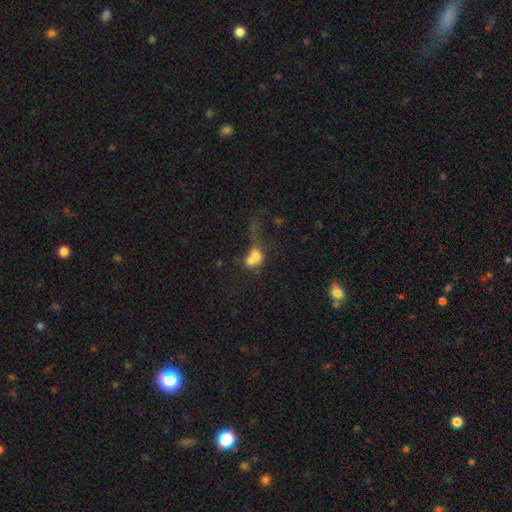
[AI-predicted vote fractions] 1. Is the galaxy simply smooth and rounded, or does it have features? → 61% smooth, 26% featured or disk, 13% star or artifact.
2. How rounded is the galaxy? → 51% in between, 47% round, 2% cigar-shaped.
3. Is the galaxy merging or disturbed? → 64% merger, 15% major disturbance, 14% none, 7% minor disturbance.